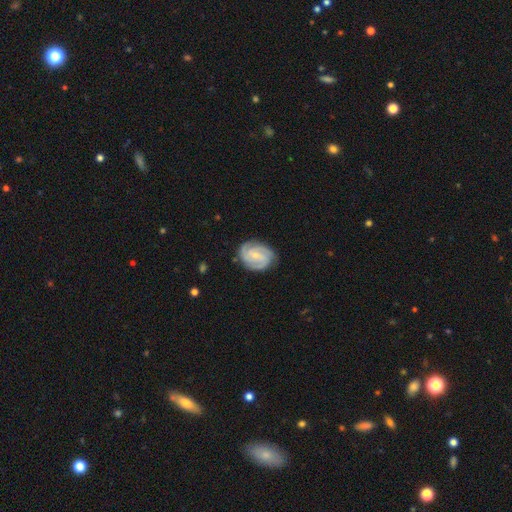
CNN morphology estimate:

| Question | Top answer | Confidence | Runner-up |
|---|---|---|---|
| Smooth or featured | featured or disk | 84% | smooth (11%) |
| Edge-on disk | no | 98% | yes (2%) |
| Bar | weak | 45% | no (44%) |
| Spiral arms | yes | 97% | no (3%) |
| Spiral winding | tight | 60% | medium (33%) |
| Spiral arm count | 3 | 43% | 2 (27%) |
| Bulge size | small | 70% | moderate (26%) |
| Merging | none | 78% | minor disturbance (17%) |